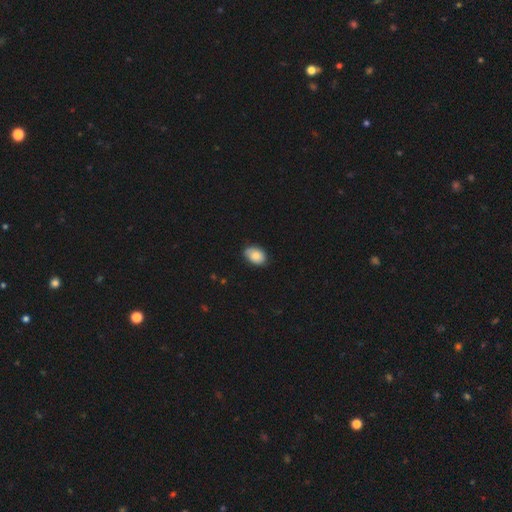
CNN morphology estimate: Smooth or featured? smooth (83%)
How rounded? in between (83%)
Merging? none (75%)